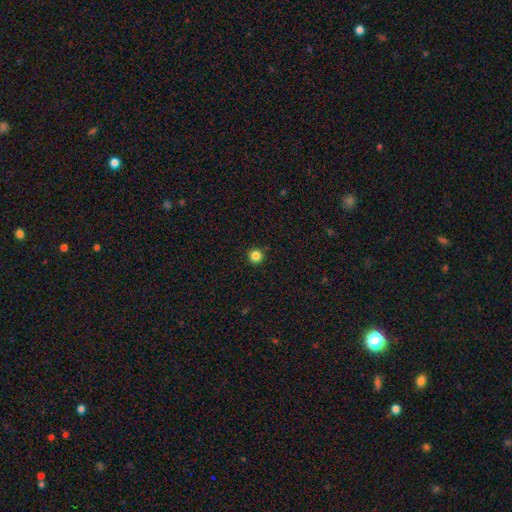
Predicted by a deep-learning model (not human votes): A smooth galaxy with no disk features (84%) that is round (96%). Merging: none (92%).